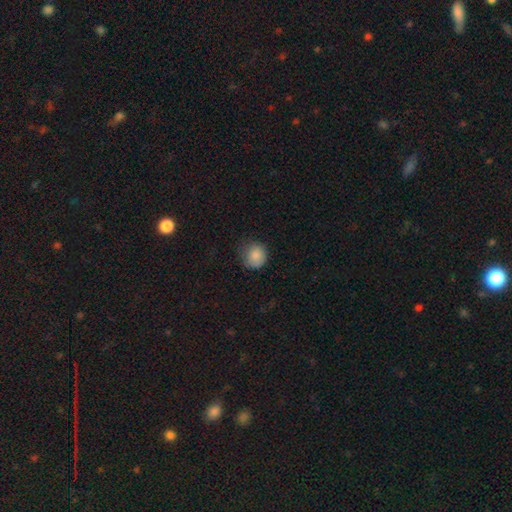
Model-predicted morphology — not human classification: A smooth galaxy with no disk features (85%) that is round (86%).

Vote fractions:
- Smooth or featured? smooth: 85% / star or artifact: 9% / featured or disk: 6%
- How rounded? round: 86% / in between: 13% / cigar-shaped: 1%
- Merging? none: 67% / minor disturbance: 25% / major disturbance: 7% / merger: 1%